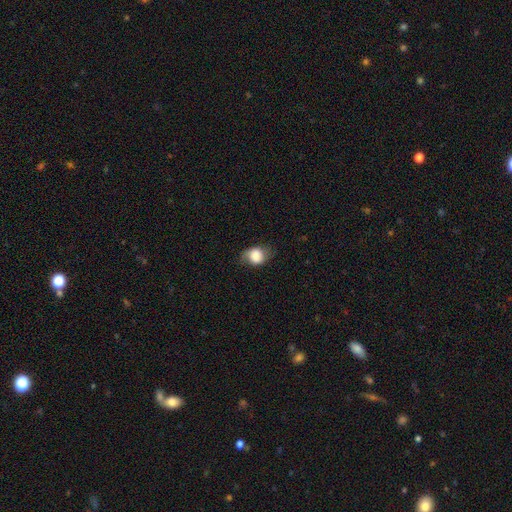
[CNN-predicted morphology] Smooth or featured? smooth (75%)
How rounded? in between (51%)
Merging? none (54%)